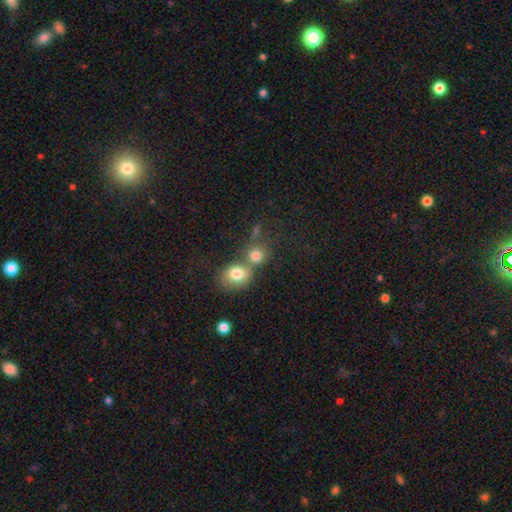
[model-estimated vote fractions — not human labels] A smooth galaxy with no disk features (78%) that is round (80%). Merging: merger (47%).